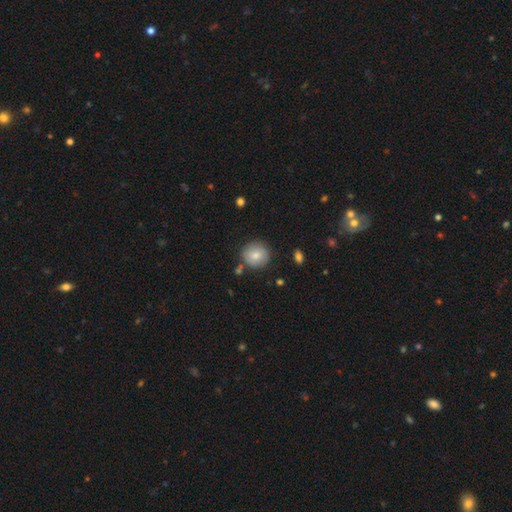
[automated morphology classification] This is clearly a smooth galaxy (81%). How rounded: clearly round (90%). Merging: clearly none (81%).